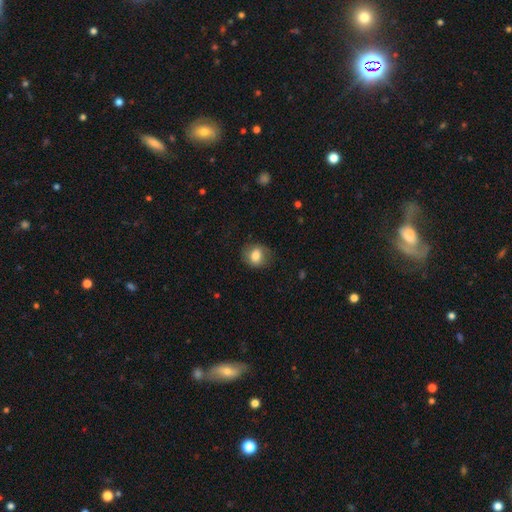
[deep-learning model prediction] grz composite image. It shows a smooth galaxy with no disk features (78%) that is round (65%). Merging: none (75%).